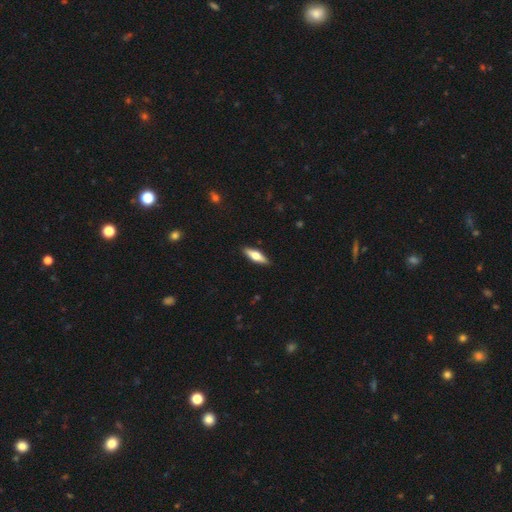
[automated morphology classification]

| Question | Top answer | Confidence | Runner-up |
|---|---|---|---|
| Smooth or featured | smooth | 53% | featured or disk (41%) |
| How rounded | cigar-shaped | 50% | in between (47%) |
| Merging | none | 90% | minor disturbance (8%) |